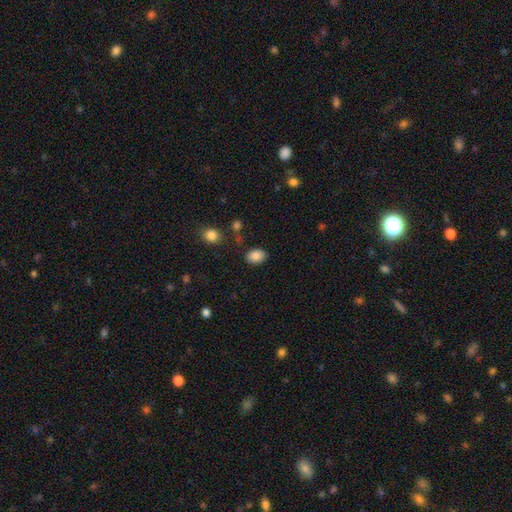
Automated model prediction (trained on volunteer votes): Overall: smooth (85%). How rounded: in between (76%). Merging: none (81%).